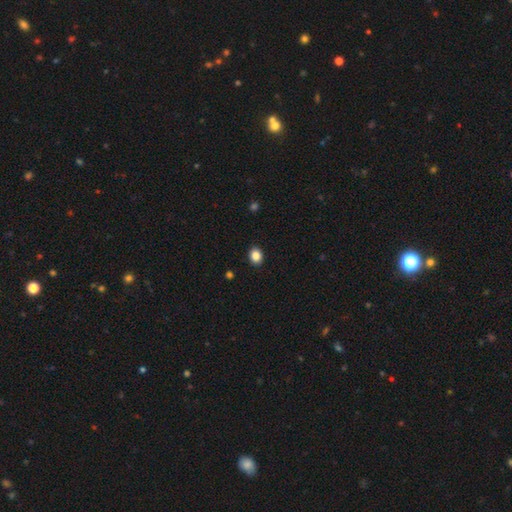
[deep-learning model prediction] A smooth galaxy with no disk features (87%) that is round (53%). Merging: none (91%).